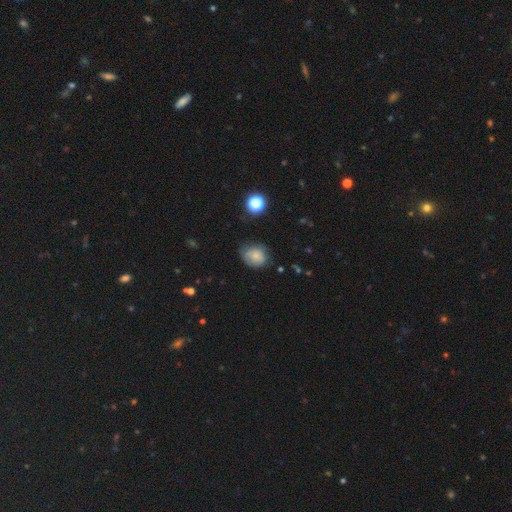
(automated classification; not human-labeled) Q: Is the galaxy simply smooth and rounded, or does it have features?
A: smooth — 72%.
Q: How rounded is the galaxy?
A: round — 59%.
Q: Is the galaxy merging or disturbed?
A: none — 57%.